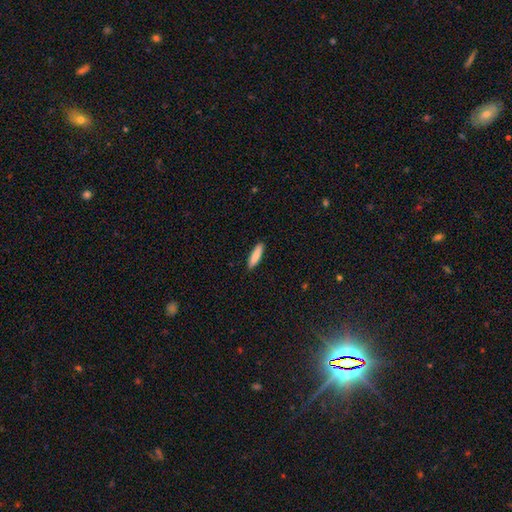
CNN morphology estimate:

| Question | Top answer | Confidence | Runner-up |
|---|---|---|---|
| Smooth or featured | smooth | 86% | featured or disk (9%) |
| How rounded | cigar-shaped | 72% | in between (26%) |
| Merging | none | 89% | minor disturbance (9%) |